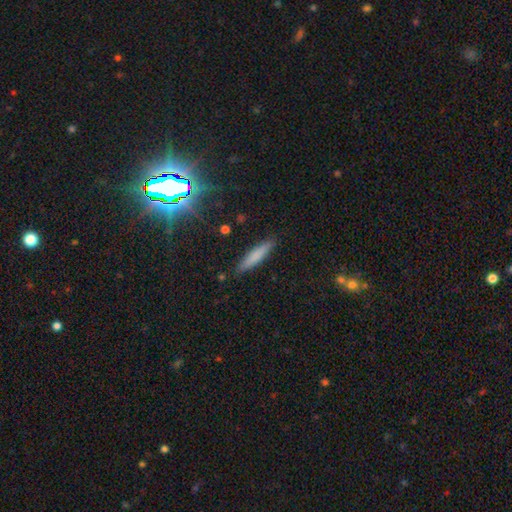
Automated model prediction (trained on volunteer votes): Morphology: type=smooth (74%); roundness=cigar-shaped (87%); merging=none (89%).